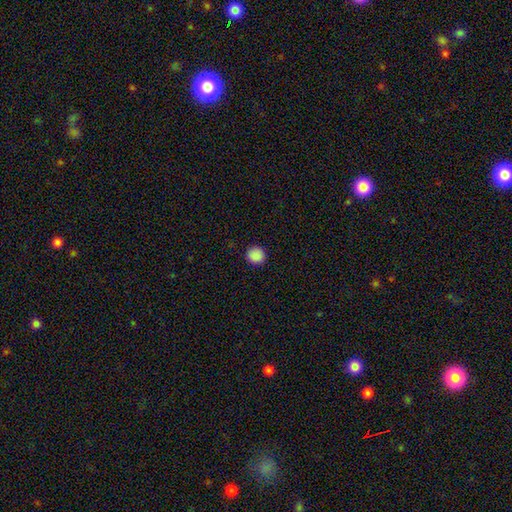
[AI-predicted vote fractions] Morphology: type=smooth (89%); roundness=round (92%); merging=none (92%).